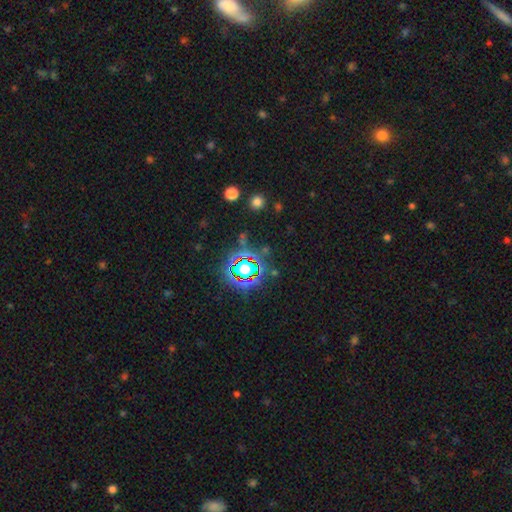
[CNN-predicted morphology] A star or artifact, not a galaxy (80%).